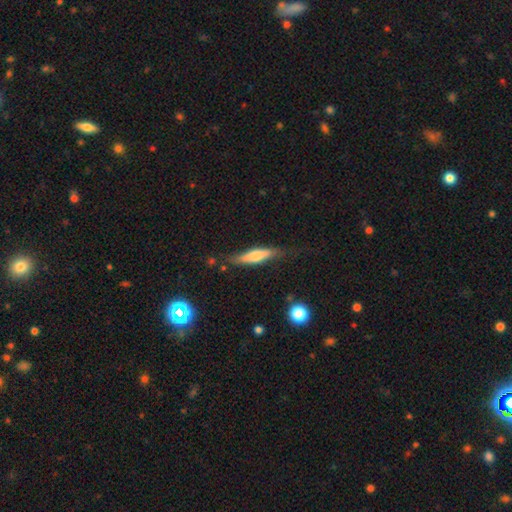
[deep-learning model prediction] Smooth or featured?
  - smooth: 53% *
  - featured or disk: 41%
  - star or artifact: 6%
How rounded?
  - cigar-shaped: 75% *
  - in between: 23%
  - round: 2%
Merging?
  - none: 69% *
  - minor disturbance: 22%
  - major disturbance: 7%
  - merger: 3%